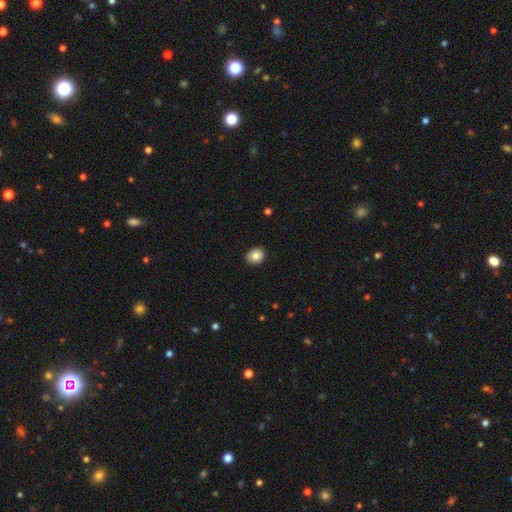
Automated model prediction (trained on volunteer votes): This is clearly a smooth galaxy (84%). How rounded: likely round (66%). Merging: clearly none (90%).